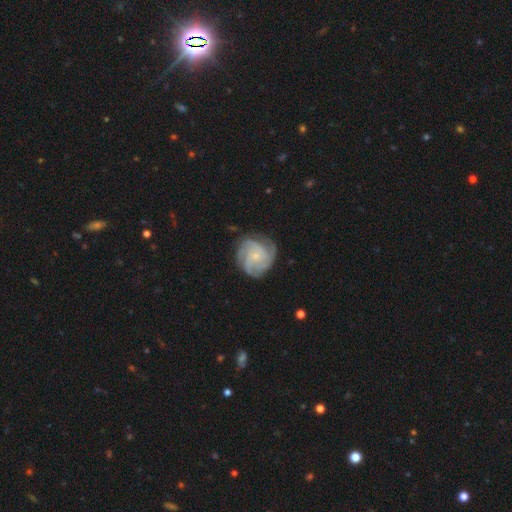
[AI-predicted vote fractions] Smooth or featured? Predicted: featured or disk (p=0.85). Edge-on disk? Predicted: no (p=0.98). Bar? Predicted: no (p=0.76). Spiral arms? Predicted: yes (p=0.98). Spiral winding? Predicted: tight (p=0.60). Spiral arm count? Predicted: 3 (p=0.35). Bulge size? Predicted: small (p=0.76). Merging? Predicted: none (p=0.76).